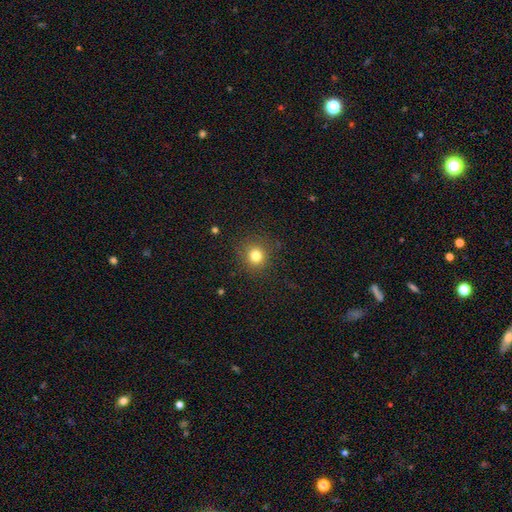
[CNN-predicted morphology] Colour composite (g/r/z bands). It shows a smooth galaxy with no disk features (80%) that is round (91%). Merging: none (88%).